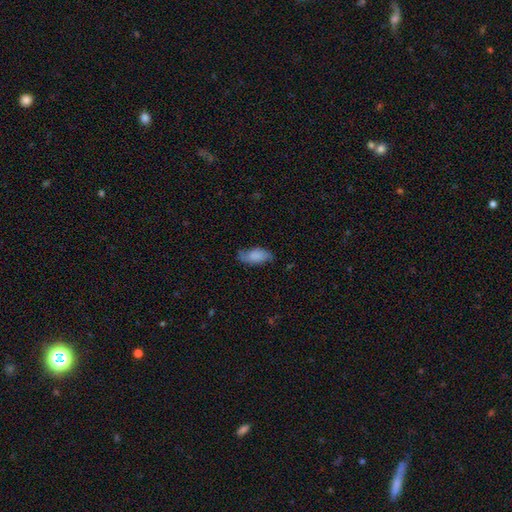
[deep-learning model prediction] Morphology: type=smooth (70%); roundness=in between (90%); merging=none (62%).